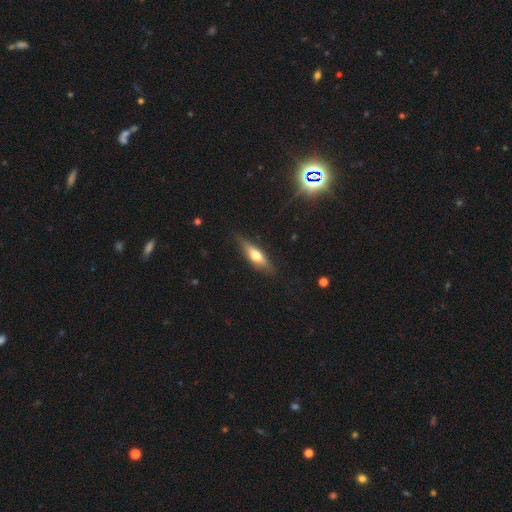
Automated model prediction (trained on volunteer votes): Morphology: type=smooth (48%); merging=none (81%).